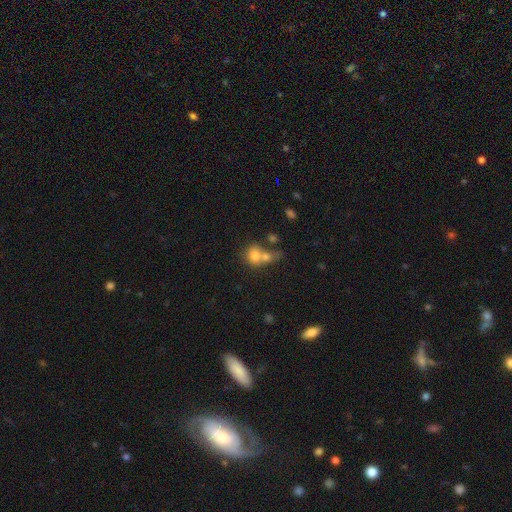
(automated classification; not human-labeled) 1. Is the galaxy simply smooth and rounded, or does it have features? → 73% smooth, 16% featured or disk, 11% star or artifact.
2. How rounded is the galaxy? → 65% round, 34% in between, 1% cigar-shaped.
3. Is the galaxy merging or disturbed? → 59% merger, 27% none, 8% minor disturbance, 6% major disturbance.